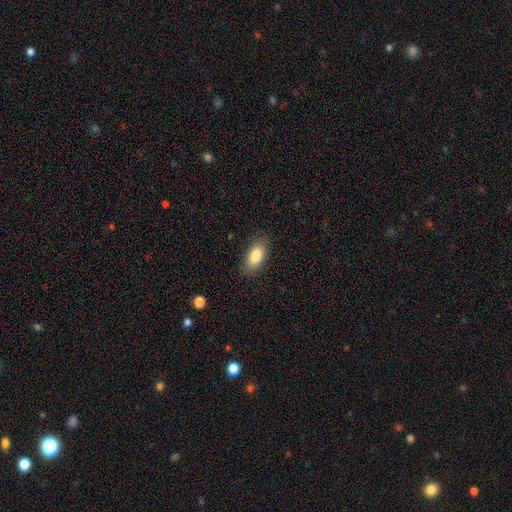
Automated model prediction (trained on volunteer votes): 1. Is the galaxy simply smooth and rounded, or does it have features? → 83% smooth, 10% featured or disk, 7% star or artifact.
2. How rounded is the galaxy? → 88% in between, 9% cigar-shaped, 3% round.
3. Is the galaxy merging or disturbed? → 85% none, 11% minor disturbance, 3% major disturbance, 1% merger.